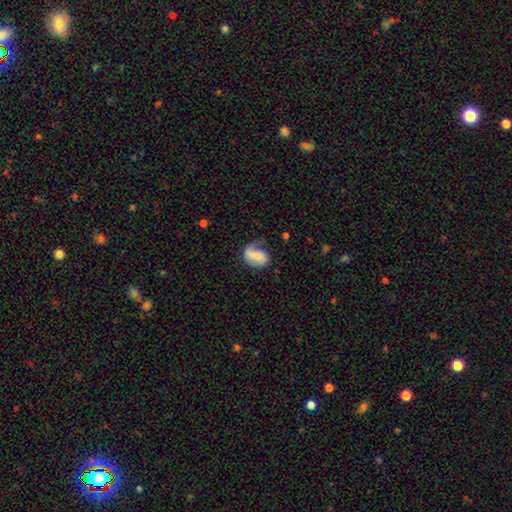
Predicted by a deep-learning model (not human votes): Smooth or featured: featured or disk — 50% (smooth — 43%)
Merging: none — 46% (minor disturbance — 30%)